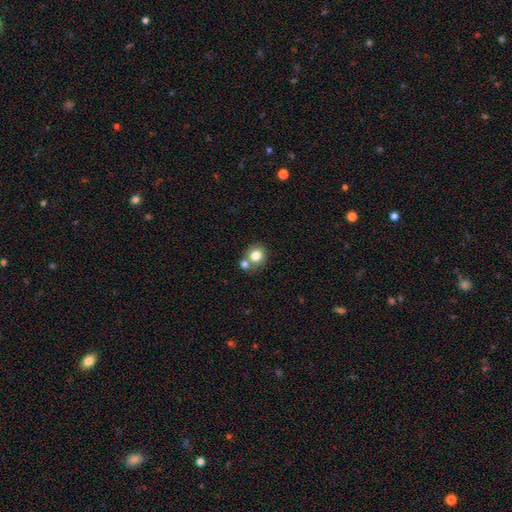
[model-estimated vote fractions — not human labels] A smooth galaxy with no disk features (78%) that is round (76%). Merging: none (58%).